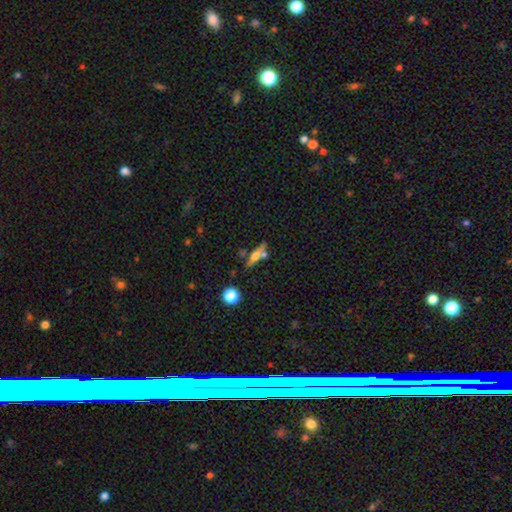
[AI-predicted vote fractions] This is possibly a featured or disk galaxy (47%). Merging: likely none (61%).